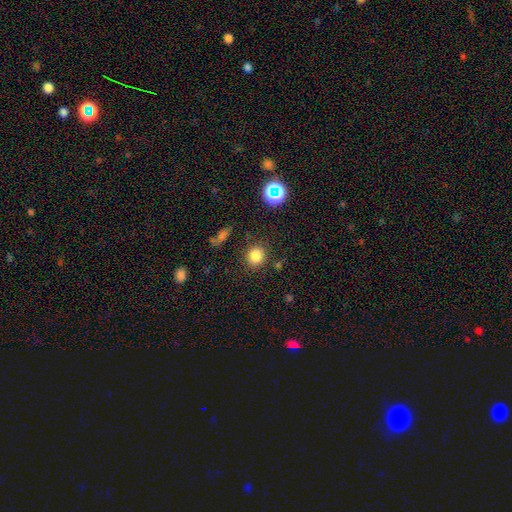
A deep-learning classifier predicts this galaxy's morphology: Smooth or featured? smooth (80%)
How rounded? round (77%)
Merging? none (84%)